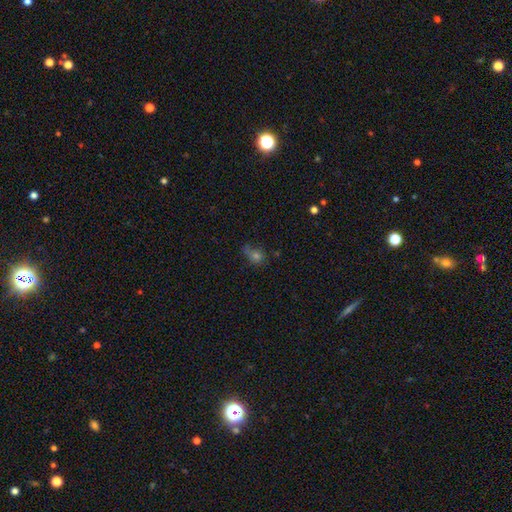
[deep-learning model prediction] Smooth or featured: smooth — 59% (star or artifact — 26%)
How rounded: round — 63% (in between — 34%)
Merging: none — 50% (minor disturbance — 23%)